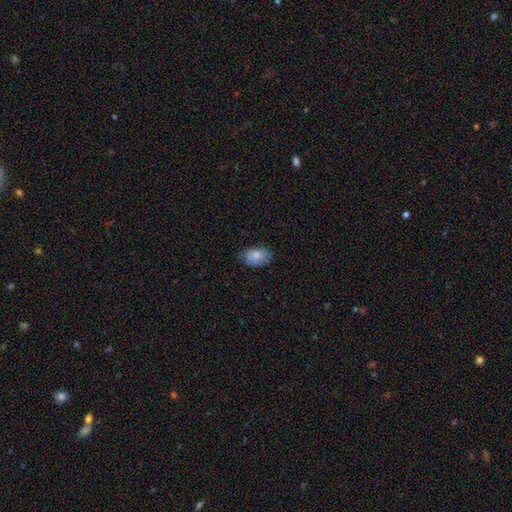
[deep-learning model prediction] smooth-or-featured: smooth: 73% | featured or disk: 19% | star or artifact: 8%
  how-rounded: in between: 87% | round: 11% | cigar-shaped: 1%
  merging: none: 67% | minor disturbance: 26% | major disturbance: 6% | merger: 2%